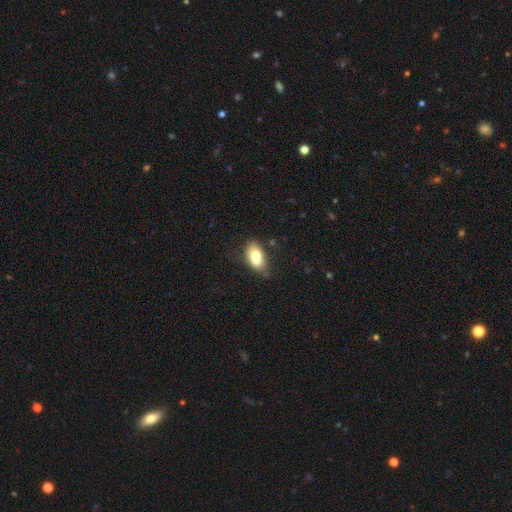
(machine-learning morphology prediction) smooth_or_featured: smooth (p=0.75) [alt: featured or disk p=0.18]
how_rounded: in between (p=0.90) [alt: round p=0.06]
merging: none (p=0.54) [alt: minor disturbance p=0.30]